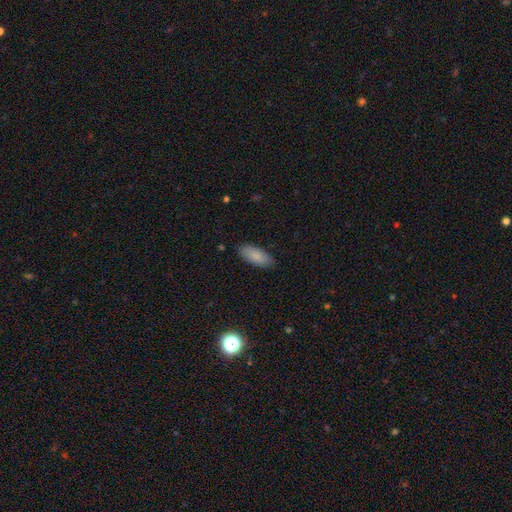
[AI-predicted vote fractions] A smooth galaxy with no disk features (88%) that is in between round and cigar-shaped (84%).

Vote fractions:
- Smooth or featured? smooth: 88% / featured or disk: 6% / star or artifact: 6%
- How rounded? in between: 84% / cigar-shaped: 14% / round: 2%
- Merging? none: 87% / minor disturbance: 10% / major disturbance: 2% / merger: 1%